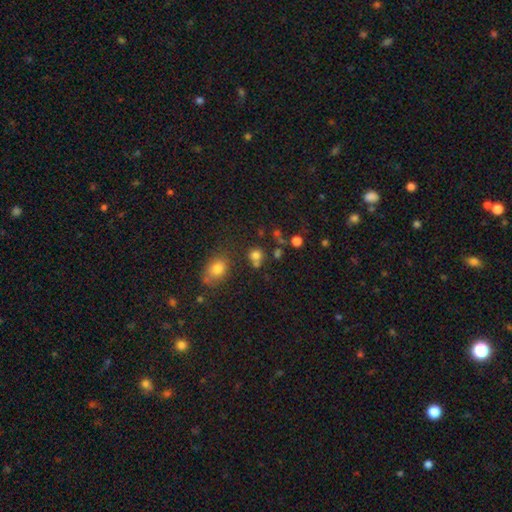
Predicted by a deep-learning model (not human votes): Smooth or featured: smooth — 75% (star or artifact — 17%)
How rounded: round — 80% (in between — 19%)
Merging: none — 58% (merger — 25%)